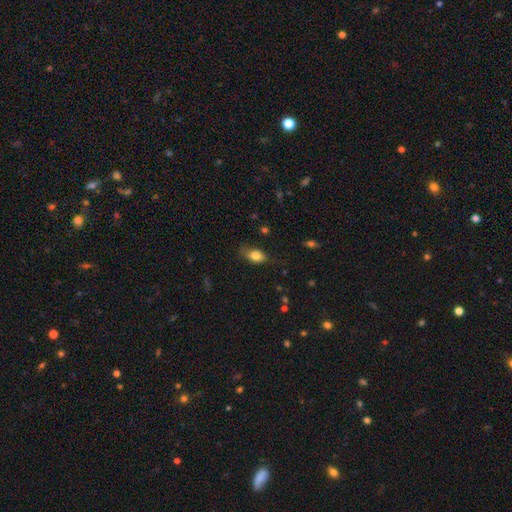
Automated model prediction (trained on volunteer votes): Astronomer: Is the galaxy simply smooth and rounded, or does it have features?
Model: smooth — 77%.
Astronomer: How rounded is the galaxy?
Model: in between — 84%.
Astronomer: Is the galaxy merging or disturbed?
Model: none — 68%.